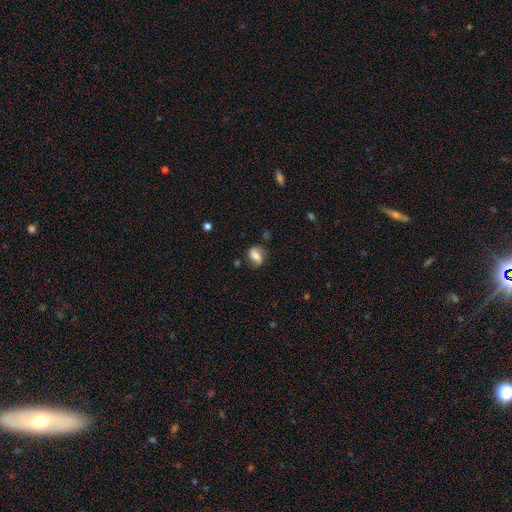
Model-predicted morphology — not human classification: Overall: smooth (61%; featured or disk 29%). How rounded: in between (72%). Merging: none (65%).